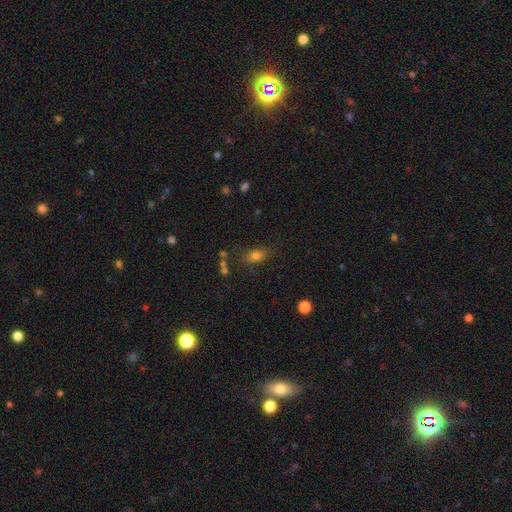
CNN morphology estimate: This is likely a smooth galaxy (75%). How rounded: likely in between (73%). Merging: likely none (75%).